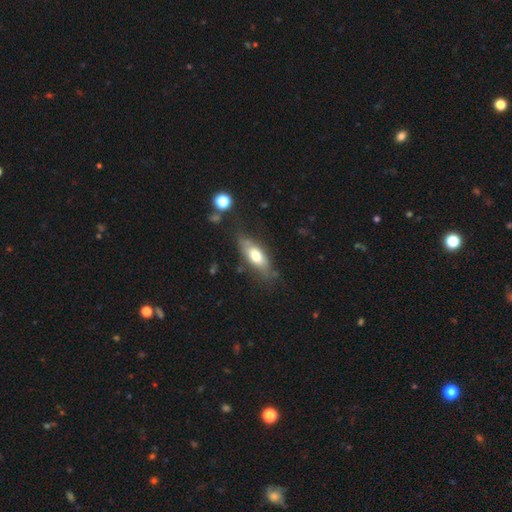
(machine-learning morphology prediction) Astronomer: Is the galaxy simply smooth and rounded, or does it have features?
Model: smooth — 62%.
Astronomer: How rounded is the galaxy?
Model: in between — 72%.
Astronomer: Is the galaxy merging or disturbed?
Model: none — 67%.